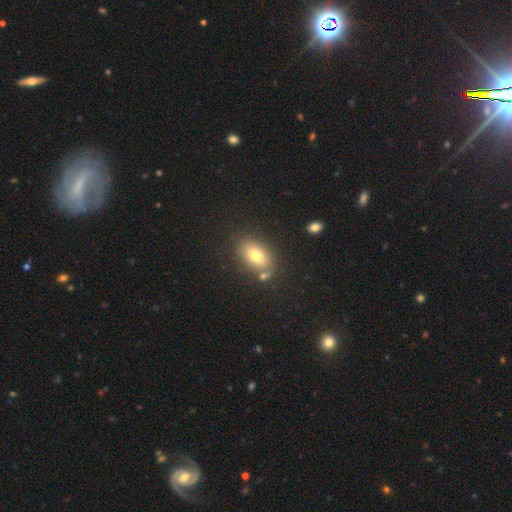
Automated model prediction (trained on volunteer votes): Smooth or featured: smooth — 75% (featured or disk — 15%)
How rounded: in between — 85% (round — 12%)
Merging: none — 74% (minor disturbance — 12%)